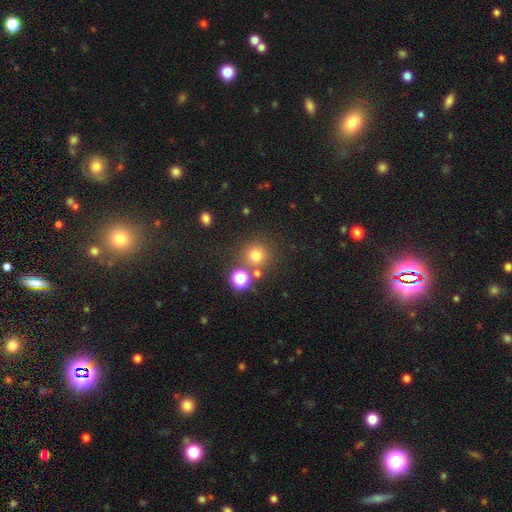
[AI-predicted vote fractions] smooth_or_featured: smooth (p=0.72) [alt: star or artifact p=0.21]
how_rounded: round (p=0.92) [alt: in between p=0.07]
merging: none (p=0.74) [alt: merger p=0.14]